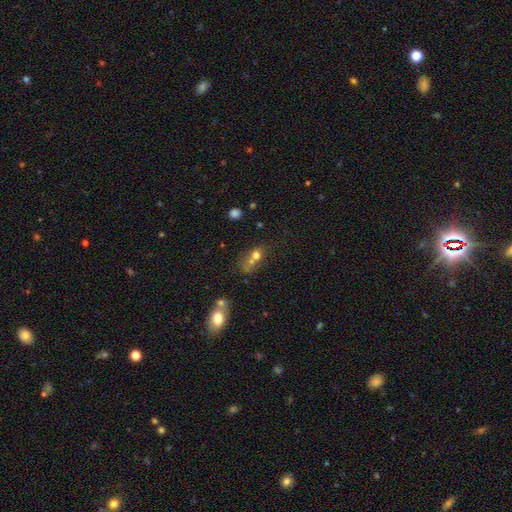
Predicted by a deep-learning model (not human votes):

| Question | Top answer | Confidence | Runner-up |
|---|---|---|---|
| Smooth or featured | smooth | 65% | featured or disk (18%) |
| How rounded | round | 54% | in between (42%) |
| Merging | merger | 52% | none (28%) |